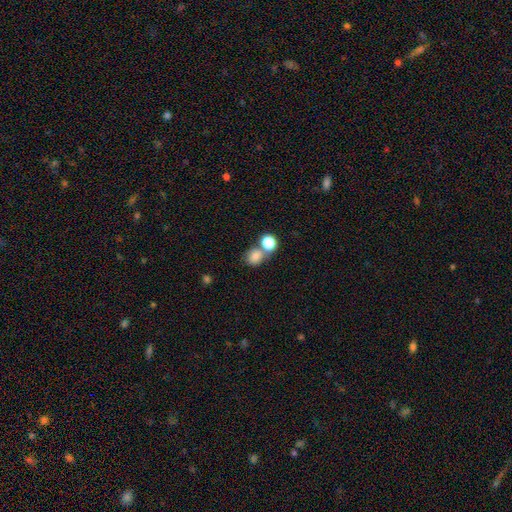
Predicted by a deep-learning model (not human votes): Smooth or featured: smooth — 80% (star or artifact — 13%)
How rounded: round — 69% (in between — 30%)
Merging: none — 49% (merger — 37%)